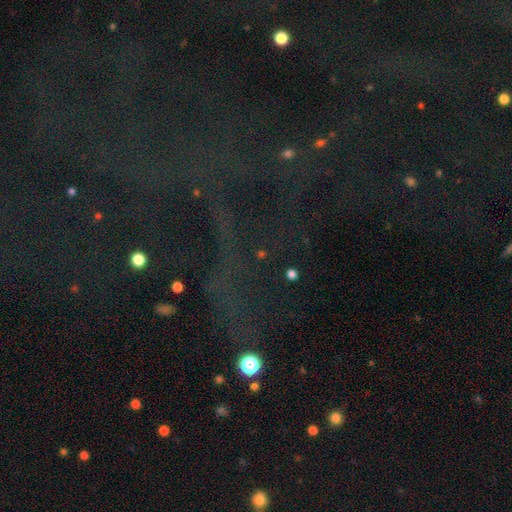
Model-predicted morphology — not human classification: A star or artifact, not a galaxy (78%).

Vote fractions:
- Smooth or featured? star or artifact: 78% / smooth: 12% / featured or disk: 10%